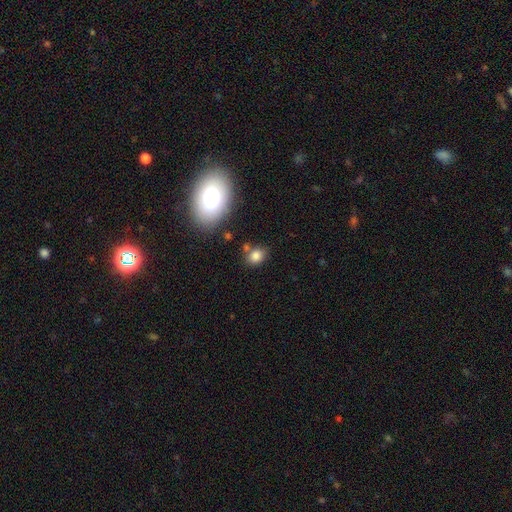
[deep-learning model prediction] Overall: smooth (80%). How rounded: in between (51%; round 47%). Merging: none (68%).